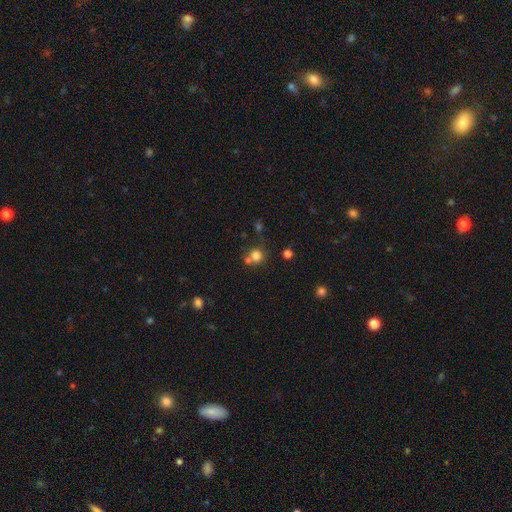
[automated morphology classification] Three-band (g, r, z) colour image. It shows a smooth galaxy with no disk features (77%) that is round (88%). Merging: none (56%).